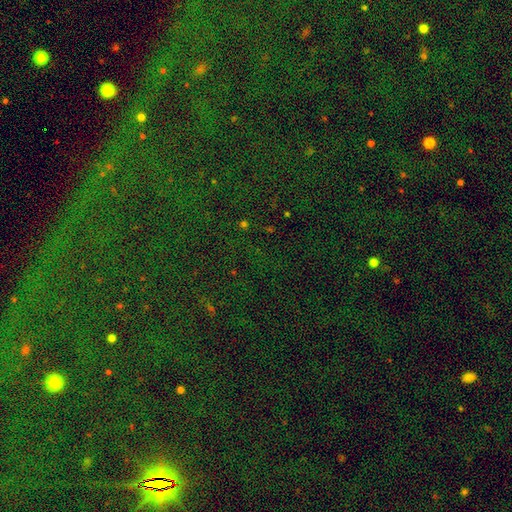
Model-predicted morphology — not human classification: Smooth or featured: star or artifact — 84% (smooth — 9%)